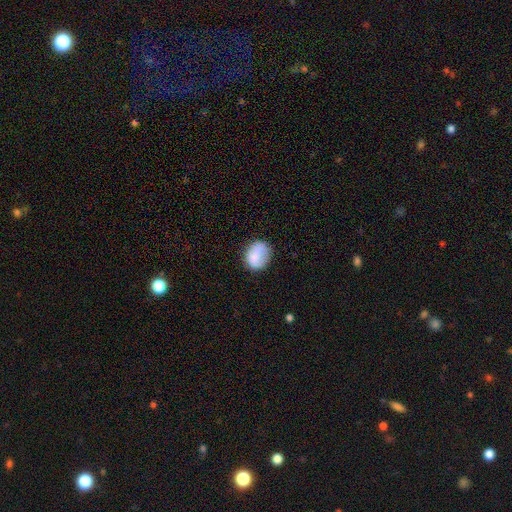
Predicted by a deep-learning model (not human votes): smooth-or-featured: smooth: 81% | featured or disk: 11% | star or artifact: 8%
  how-rounded: round: 56% | in between: 43% | cigar-shaped: 1%
  merging: none: 68% | minor disturbance: 22% | major disturbance: 8% | merger: 2%